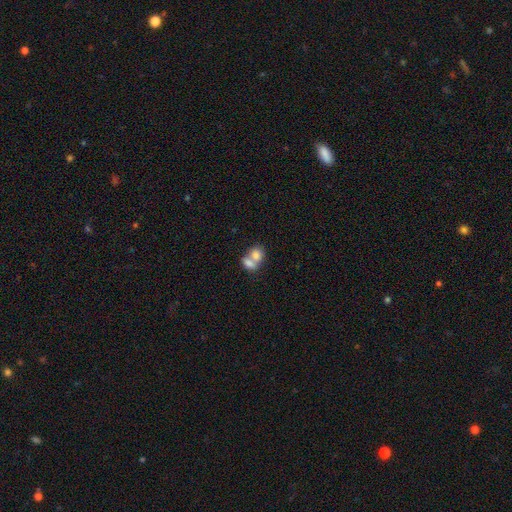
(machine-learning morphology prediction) type=smooth (76%); roundness=in between (62%); merging=merger (72%).